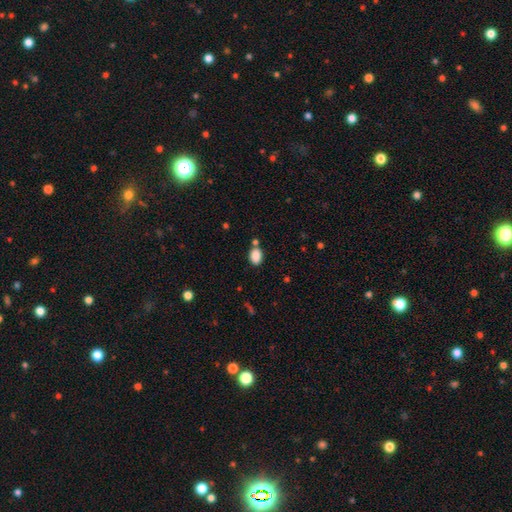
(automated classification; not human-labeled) Smooth or featured? smooth (87%)
How rounded? in between (77%)
Merging? none (70%)